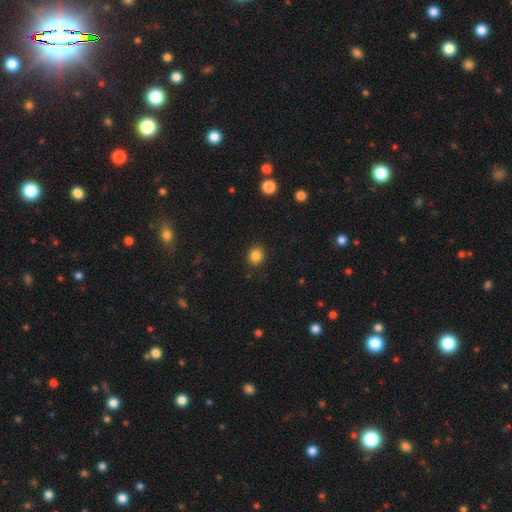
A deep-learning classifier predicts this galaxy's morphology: type=smooth (85%); roundness=round (65%); merging=none (89%).